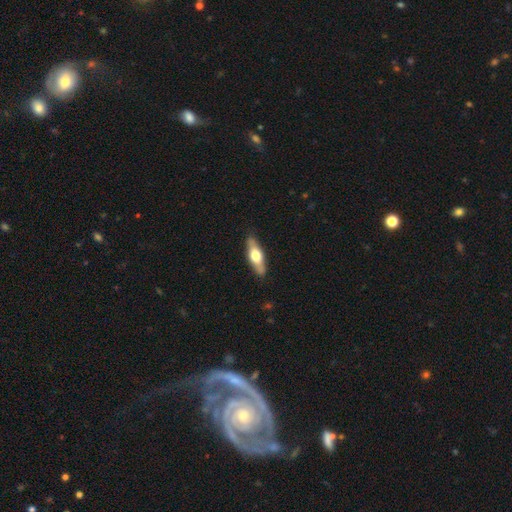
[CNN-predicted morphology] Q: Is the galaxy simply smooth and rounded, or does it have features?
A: smooth — 49%.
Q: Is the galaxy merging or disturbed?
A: none — 85%.